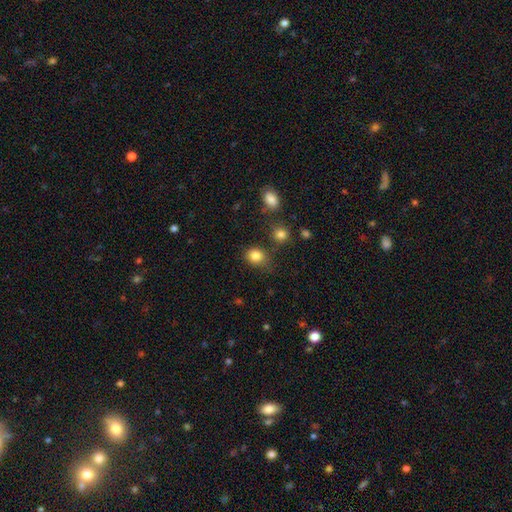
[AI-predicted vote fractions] A smooth galaxy with no disk features (83%) that is round (69%).

Vote fractions:
- Smooth or featured? smooth: 83% / star or artifact: 11% / featured or disk: 6%
- How rounded? round: 69% / in between: 30% / cigar-shaped: 1%
- Merging? none: 70% / minor disturbance: 18% / merger: 6% / major disturbance: 5%